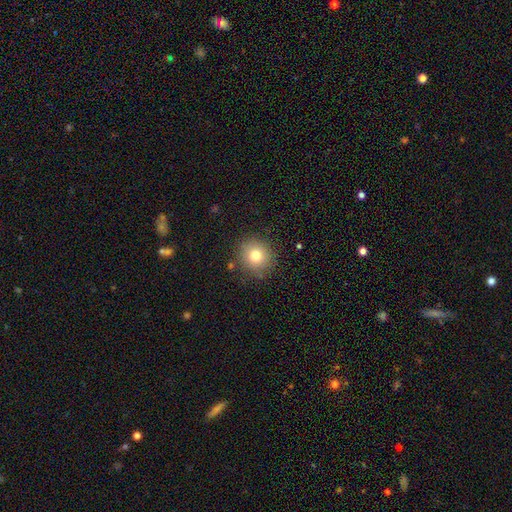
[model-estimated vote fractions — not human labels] Smooth or featured? Predicted: smooth (p=0.78). How rounded? Predicted: round (p=0.91). Merging? Predicted: none (p=0.87).